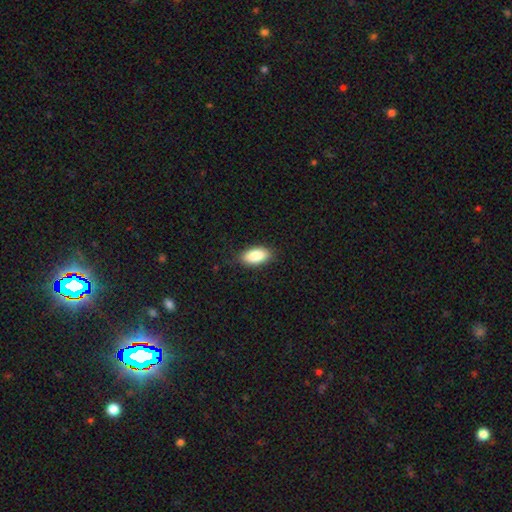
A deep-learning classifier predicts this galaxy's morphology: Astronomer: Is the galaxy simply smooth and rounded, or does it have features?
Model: smooth — 89%.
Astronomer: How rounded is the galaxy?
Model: in between — 93%.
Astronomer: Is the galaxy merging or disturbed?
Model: none — 85%.